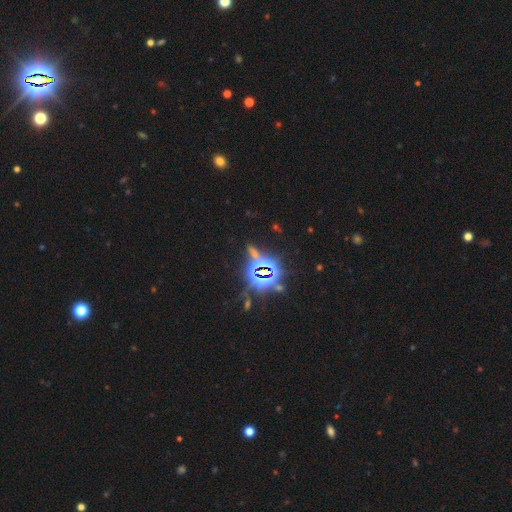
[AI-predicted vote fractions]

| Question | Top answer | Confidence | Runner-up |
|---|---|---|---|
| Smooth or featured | star or artifact | 74% | smooth (16%) |